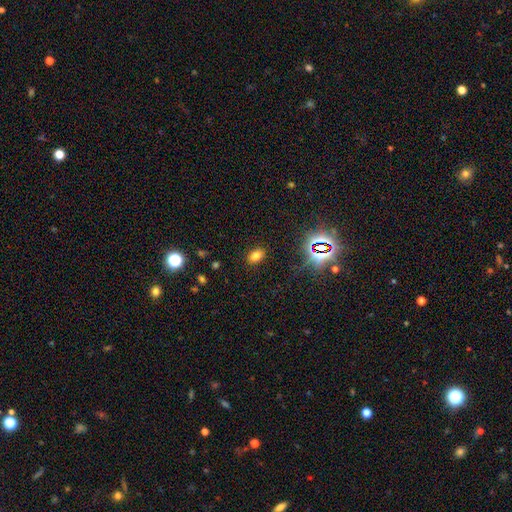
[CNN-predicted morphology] The model was most divided on "smooth or featured": smooth: 73%, star or artifact: 20%, featured or disk: 7%. More confident: merging — none (87%); how rounded — in between (85%).